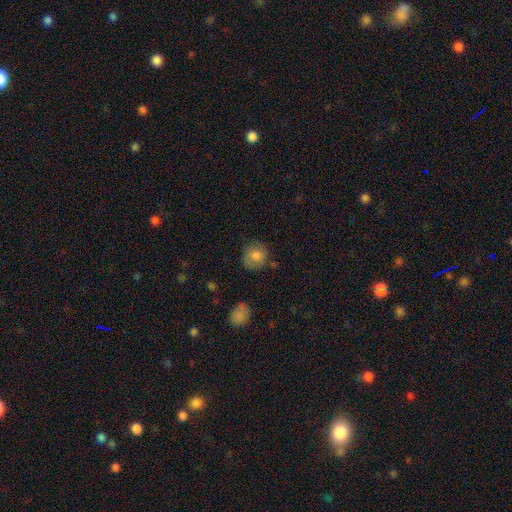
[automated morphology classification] Smooth or featured?
  - smooth: 79% *
  - featured or disk: 12%
  - star or artifact: 9%
How rounded?
  - round: 82% *
  - in between: 17%
  - cigar-shaped: 1%
Merging?
  - none: 72% *
  - minor disturbance: 19%
  - major disturbance: 6%
  - merger: 3%